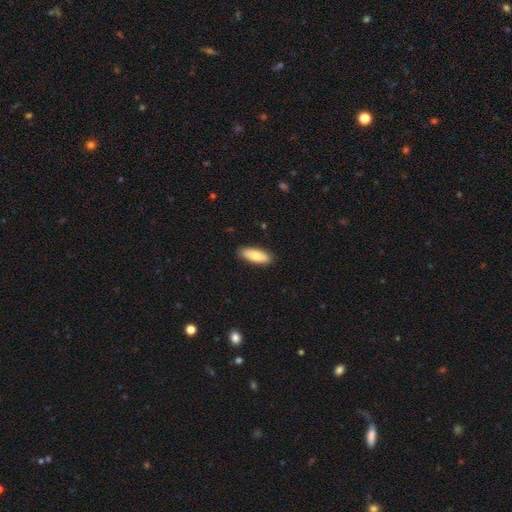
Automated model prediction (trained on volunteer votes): smooth 81%, featured or disk 13%, star or artifact 6%. Down the decision tree: how rounded — in between (73%); merging — none (88%).